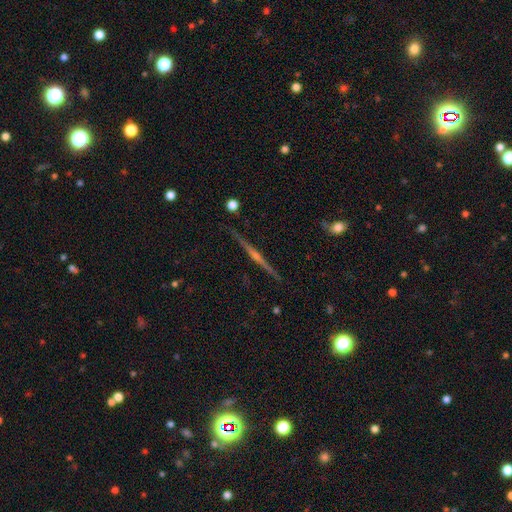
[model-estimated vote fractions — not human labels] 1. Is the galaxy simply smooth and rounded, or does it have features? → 78% featured or disk, 12% smooth, 11% star or artifact.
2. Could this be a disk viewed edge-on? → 97% yes, 3% no.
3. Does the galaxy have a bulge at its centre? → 80% rounded, 12% none, 8% boxy.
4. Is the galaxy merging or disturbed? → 89% none, 7% minor disturbance, 2% major disturbance, 2% merger.